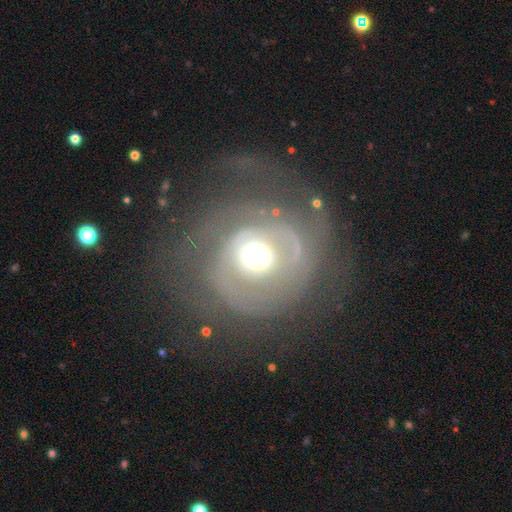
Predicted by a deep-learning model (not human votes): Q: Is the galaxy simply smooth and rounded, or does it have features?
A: featured or disk — 63%.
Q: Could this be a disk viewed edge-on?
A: no — 95%.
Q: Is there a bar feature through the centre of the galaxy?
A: no — 79%.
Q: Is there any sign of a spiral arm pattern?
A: yes — 53%.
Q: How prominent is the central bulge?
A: moderate — 52%.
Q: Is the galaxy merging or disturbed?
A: none — 55%.